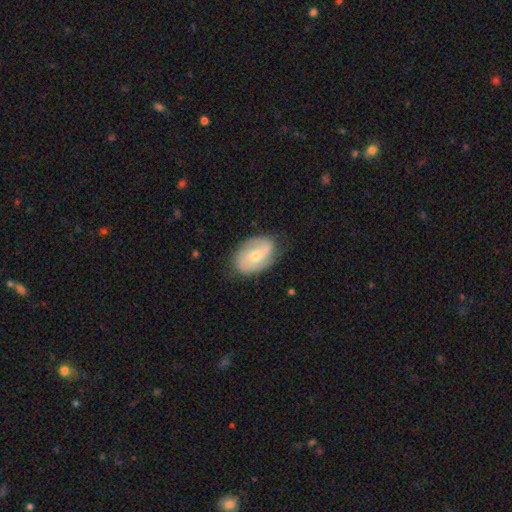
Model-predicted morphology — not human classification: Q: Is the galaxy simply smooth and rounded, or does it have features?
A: featured or disk — 56%.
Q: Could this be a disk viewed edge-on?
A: no — 95%.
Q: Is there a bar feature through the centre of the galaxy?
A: no — 54%.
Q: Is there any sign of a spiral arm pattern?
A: yes — 80%.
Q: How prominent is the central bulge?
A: small — 52%.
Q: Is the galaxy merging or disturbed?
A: none — 75%.